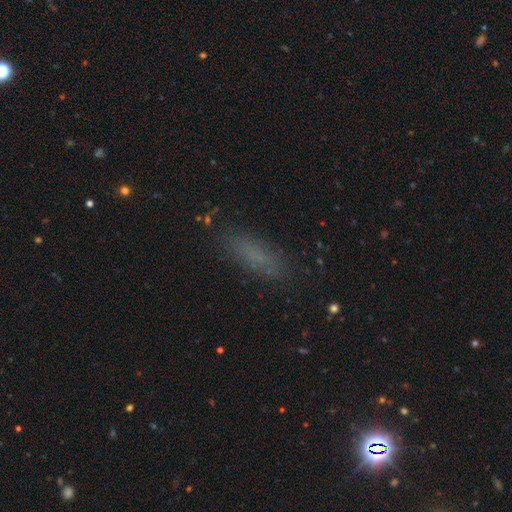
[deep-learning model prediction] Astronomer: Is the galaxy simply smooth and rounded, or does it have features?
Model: smooth — 70%.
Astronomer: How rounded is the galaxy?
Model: cigar-shaped — 51% (runner-up: in between, 46%).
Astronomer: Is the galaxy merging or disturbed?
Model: none — 80%.